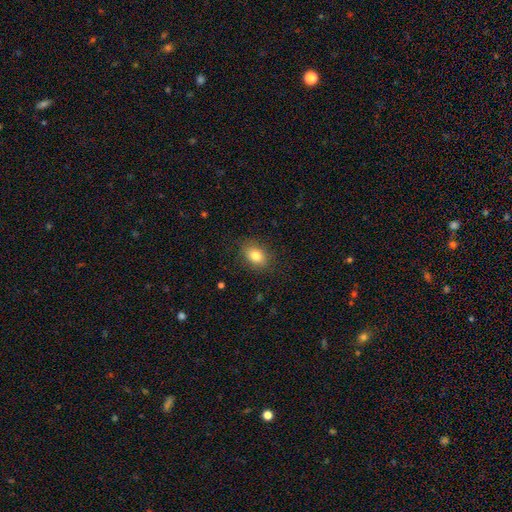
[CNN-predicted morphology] smooth 82%, star or artifact 9%, featured or disk 9%. Down the decision tree: how rounded — in between (77%); merging — none (85%).